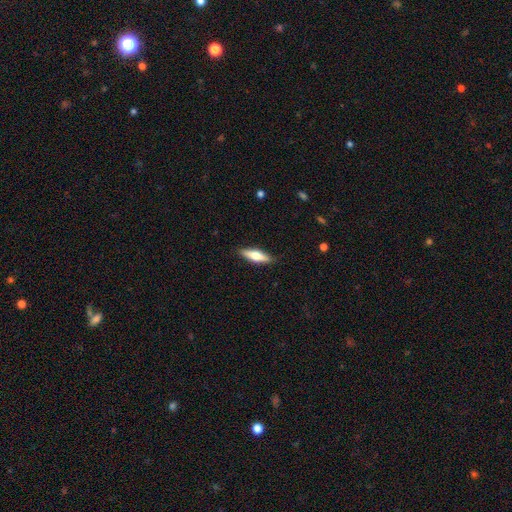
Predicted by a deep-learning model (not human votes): This appears to be a smooth galaxy with no disk features (54%) that is cigar-shaped (56%). Merging: none (89%).